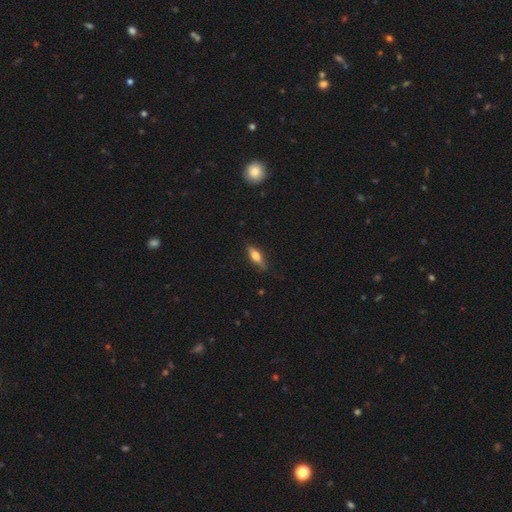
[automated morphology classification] This appears to be a smooth galaxy with no disk features (63%) that is in between round and cigar-shaped (57%). Merging: none (83%).